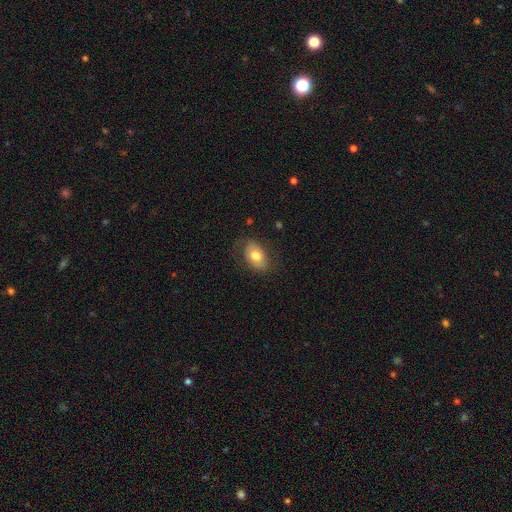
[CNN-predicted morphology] Smooth or featured? Predicted: smooth (p=0.72). How rounded? Predicted: in between (p=0.86). Merging? Predicted: none (p=0.76).